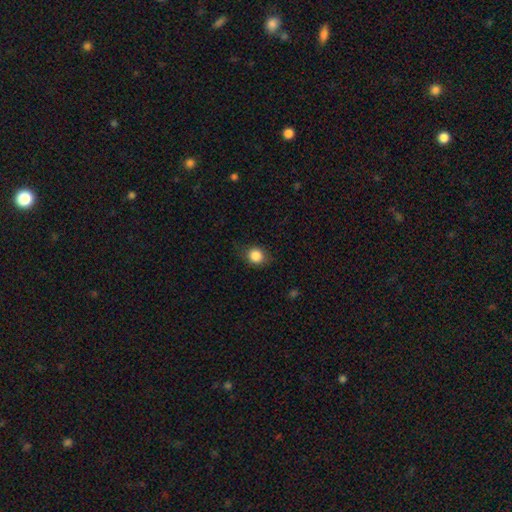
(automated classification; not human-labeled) Smooth or featured?
  - smooth: 85% *
  - star or artifact: 10%
  - featured or disk: 5%
How rounded?
  - round: 78% *
  - in between: 21%
  - cigar-shaped: 1%
Merging?
  - none: 81% *
  - minor disturbance: 14%
  - major disturbance: 4%
  - merger: 1%